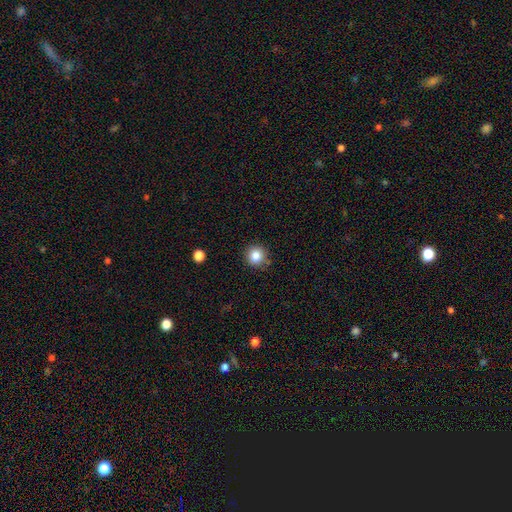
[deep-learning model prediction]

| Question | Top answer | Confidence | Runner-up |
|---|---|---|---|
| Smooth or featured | smooth | 85% | star or artifact (11%) |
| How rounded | round | 92% | in between (7%) |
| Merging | none | 85% | minor disturbance (10%) |